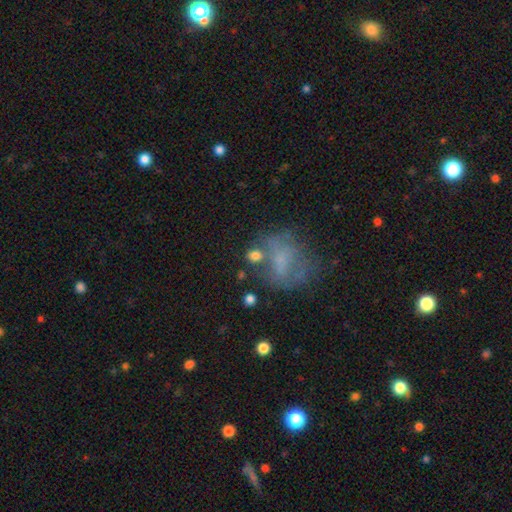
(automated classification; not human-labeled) Morphology: type=smooth (70%); roundness=round (65%); merging=none (57%).